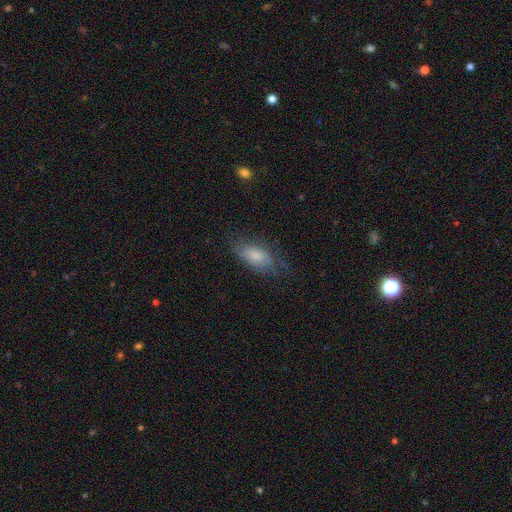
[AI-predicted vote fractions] Smooth or featured? smooth (67%)
How rounded? in between (88%)
Merging? none (60%)